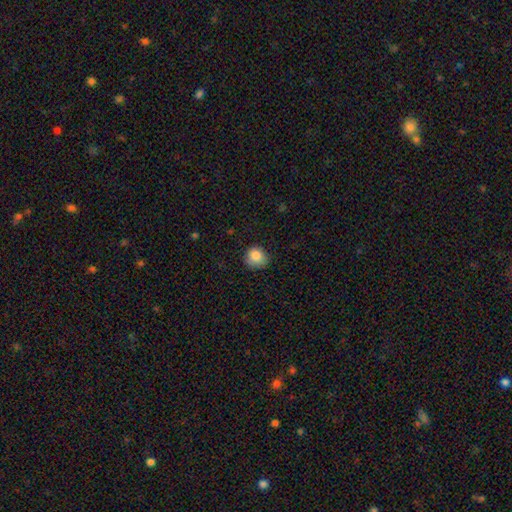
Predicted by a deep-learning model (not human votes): Overall: smooth (86%). How rounded: round (80%). Merging: none (73%).